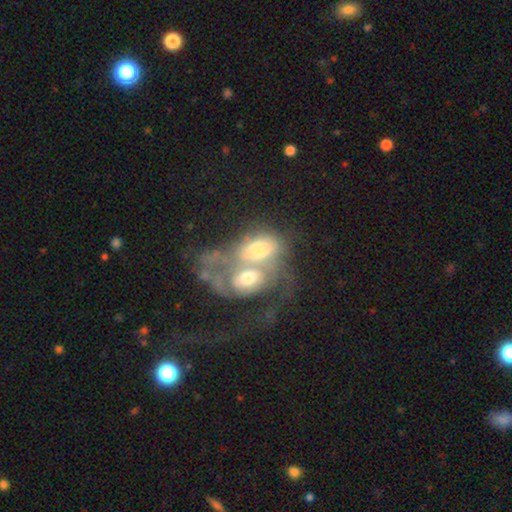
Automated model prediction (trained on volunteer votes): smooth_or_featured: featured or disk (p=0.61) [alt: smooth p=0.29]
disk_edge_on: no (p=0.94) [alt: yes p=0.06]
bar: no (p=0.73) [alt: weak p=0.20]
has_spiral_arms: no (p=0.52) [alt: yes p=0.48]
bulge_size: moderate (p=0.52) [alt: large p=0.24]
merging: merger (p=0.77) [alt: major disturbance p=0.13]